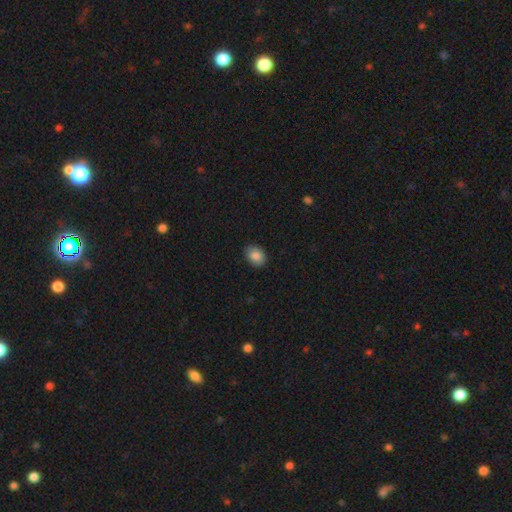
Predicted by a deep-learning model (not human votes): The model was most divided on "how rounded": in between: 66%, round: 33%, cigar-shaped: 1%. More confident: merging — none (88%); smooth or featured — smooth (87%).